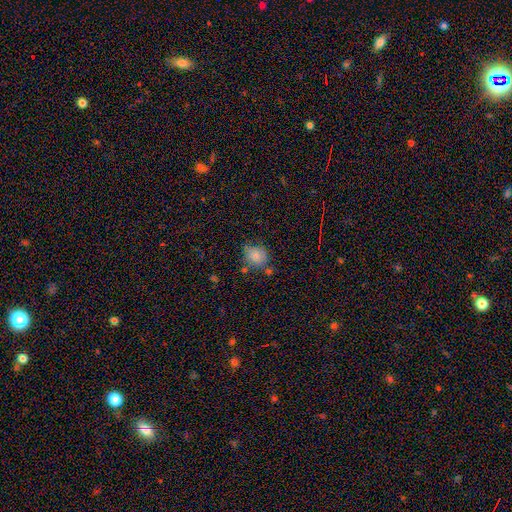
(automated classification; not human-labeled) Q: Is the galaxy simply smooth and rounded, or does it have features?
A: smooth — 80%.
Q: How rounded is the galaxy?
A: round — 64%.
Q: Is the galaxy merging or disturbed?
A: none — 67%.